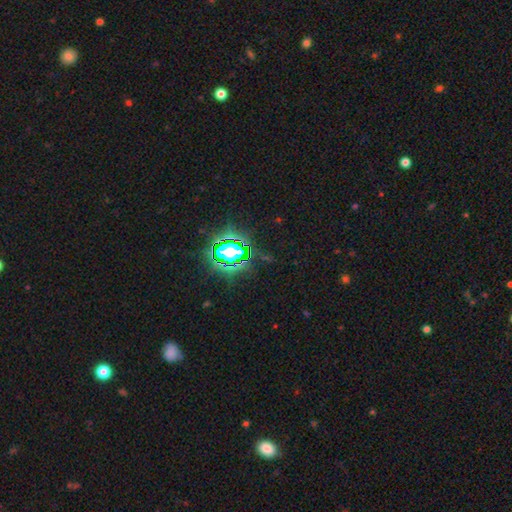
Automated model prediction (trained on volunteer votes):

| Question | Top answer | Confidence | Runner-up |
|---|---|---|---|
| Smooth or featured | star or artifact | 79% | smooth (14%) |